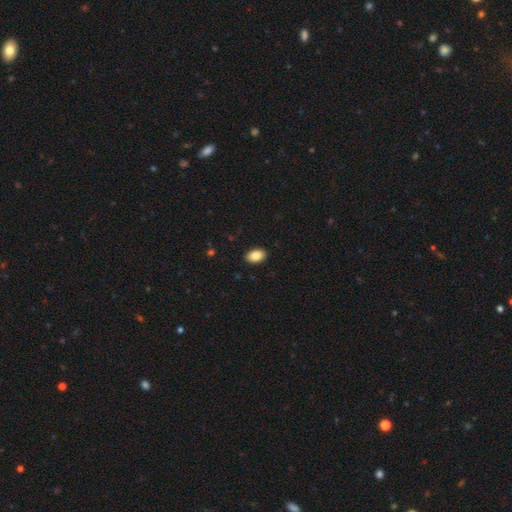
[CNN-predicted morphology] A smooth galaxy with no disk features (87%) that is in between round and cigar-shaped (91%).

Vote fractions:
- Smooth or featured? smooth: 87% / star or artifact: 7% / featured or disk: 6%
- How rounded? in between: 91% / round: 8% / cigar-shaped: 1%
- Merging? none: 90% / minor disturbance: 7% / major disturbance: 2% / merger: 1%